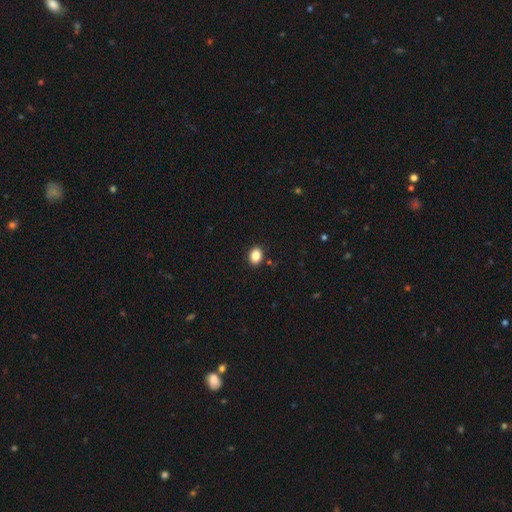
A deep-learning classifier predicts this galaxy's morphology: type=smooth (86%); roundness=in between (61%); merging=none (89%).